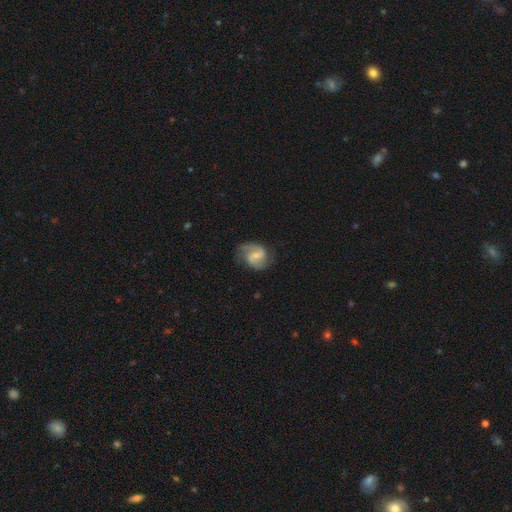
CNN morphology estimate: This is likely a featured or disk galaxy (79%). It is clearly not viewed edge-on (98%). Bar: possibly weak (54%). Spiral arm pattern: clearly yes (95%). Spiral arm count: clearly 2 (89%). Spiral winding: possibly medium (51%). Central bulge: possibly small (53%). Merging: likely none (74%).